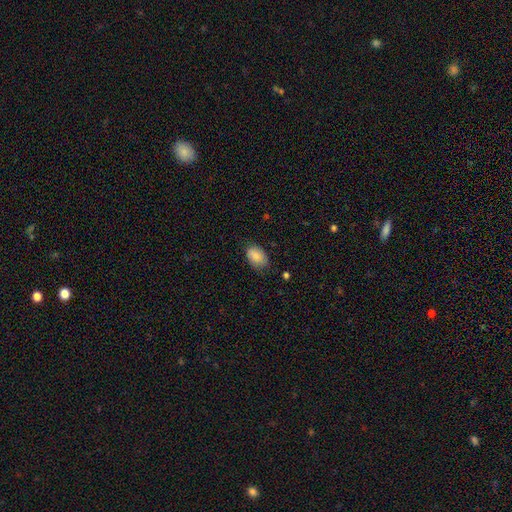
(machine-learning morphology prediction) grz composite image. It shows a smooth galaxy with no disk features (85%) that is in between round and cigar-shaped (87%). Merging: none (71%).